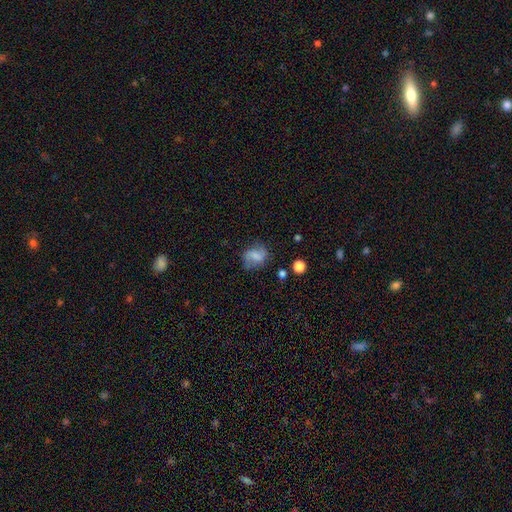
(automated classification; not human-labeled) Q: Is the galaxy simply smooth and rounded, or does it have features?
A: smooth — 46%.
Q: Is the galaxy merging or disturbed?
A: none — 67%.